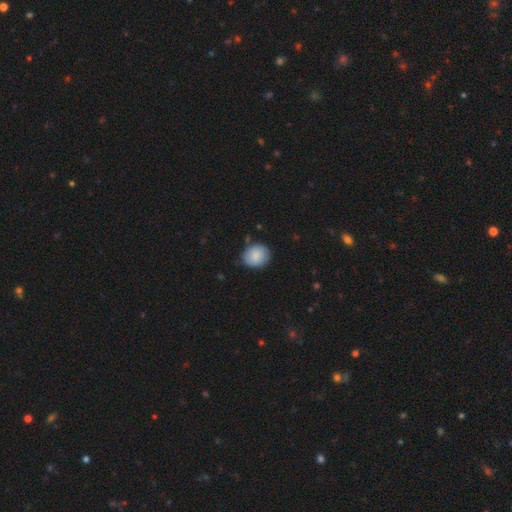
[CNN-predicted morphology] A smooth galaxy with no disk features (86%) that is round (69%). Merging: none (82%).